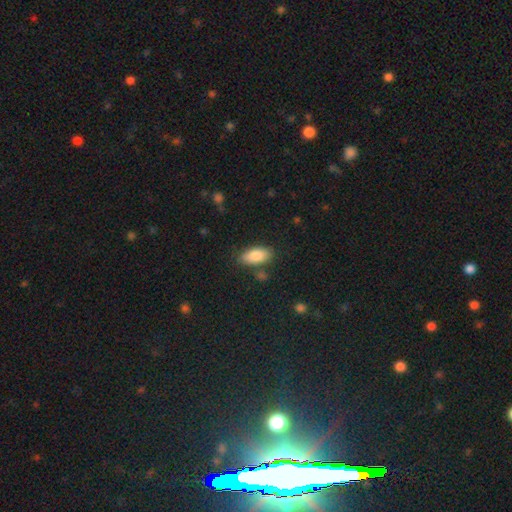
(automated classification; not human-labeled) Q: Smooth or featured?
A: smooth (86%); runner-up: featured or disk (7%)
Q: How rounded?
A: in between (88%); runner-up: cigar-shaped (10%)
Q: Merging?
A: none (78%); runner-up: minor disturbance (13%)